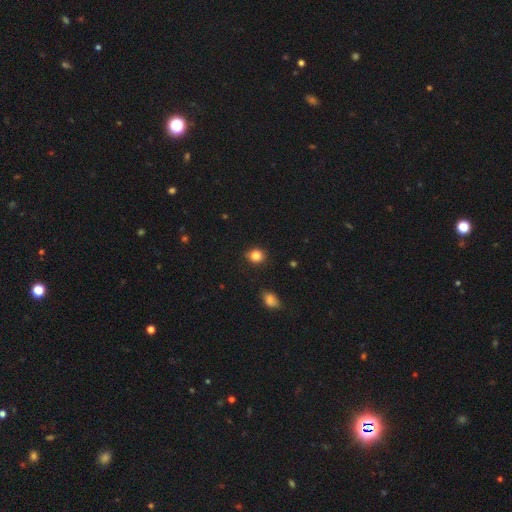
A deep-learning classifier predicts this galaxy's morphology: Smooth or featured? Predicted: smooth (p=0.85). How rounded? Predicted: round (p=0.77). Merging? Predicted: none (p=0.84).